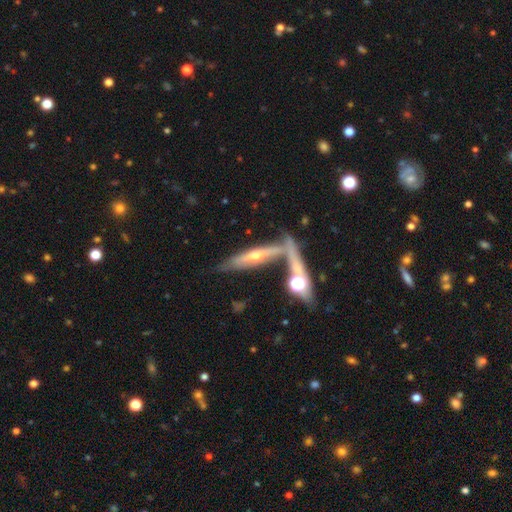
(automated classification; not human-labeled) This is likely a featured or disk galaxy (64%). It is clearly viewed edge-on (84%). Edge-on bulge: clearly rounded (84%). Merging: possibly none (49%).